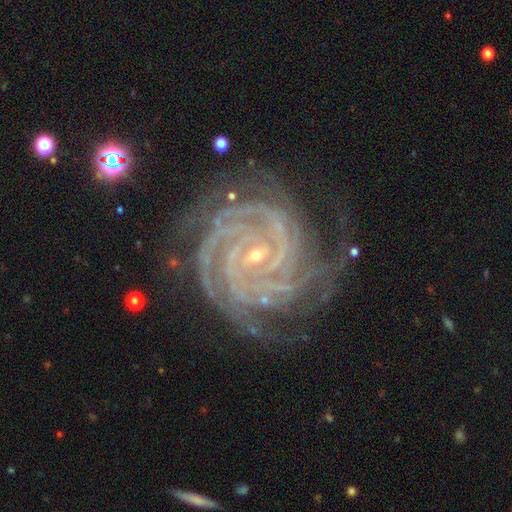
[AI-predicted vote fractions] Morphology: type=featured or disk (92%); edge-on=no (98%); bar=no (51%); spiral arms=yes (99%); winding=tight (85%); arm count=4 (32%); bulge=small (85%); merging=none (75%).